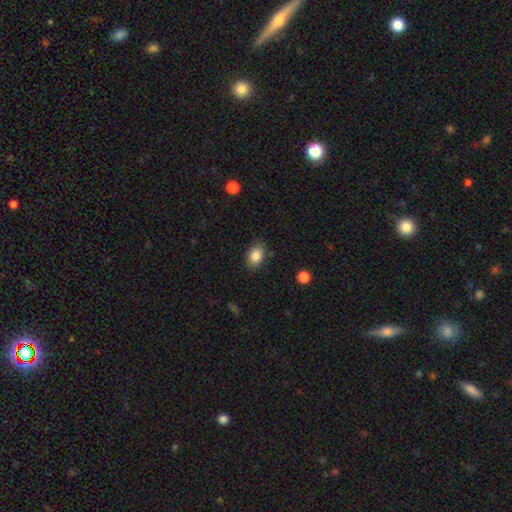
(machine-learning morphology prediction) The model was most divided on "merging": none: 82%, minor disturbance: 13%, major disturbance: 3%, merger: 1%. More confident: smooth or featured — smooth (85%); how rounded — in between (84%).